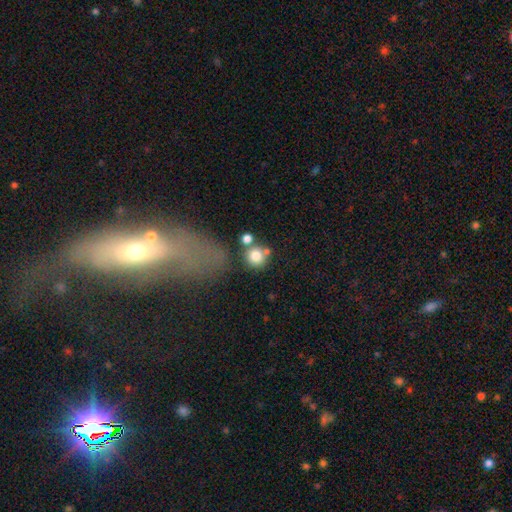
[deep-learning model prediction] smooth 78%, star or artifact 11%, featured or disk 11%. Down the decision tree: how rounded — round (89%); merging — none (63%).